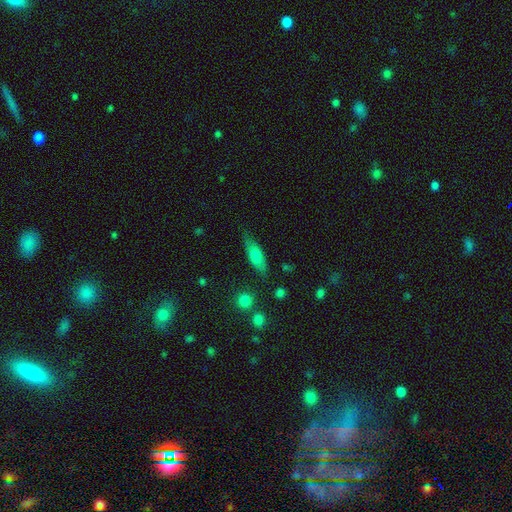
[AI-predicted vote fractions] Smooth or featured?
  - smooth: 68% *
  - featured or disk: 25%
  - star or artifact: 7%
How rounded?
  - in between: 56% *
  - cigar-shaped: 41%
  - round: 3%
Merging?
  - none: 75% *
  - minor disturbance: 18%
  - major disturbance: 5%
  - merger: 2%